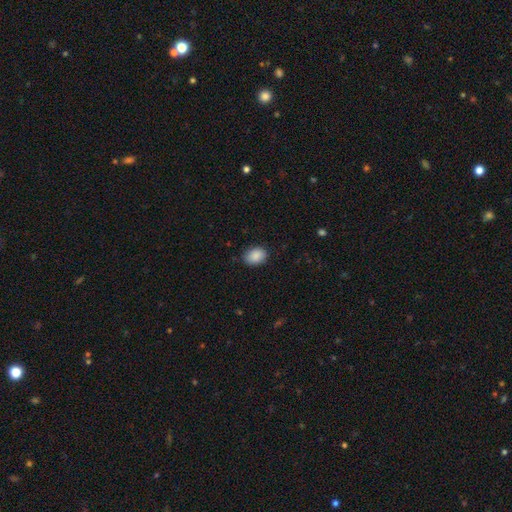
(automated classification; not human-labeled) smooth-or-featured: smooth: 89% | star or artifact: 7% | featured or disk: 4%
  how-rounded: in between: 72% | round: 27% | cigar-shaped: 1%
  merging: none: 84% | minor disturbance: 13% | major disturbance: 3% | merger: 1%